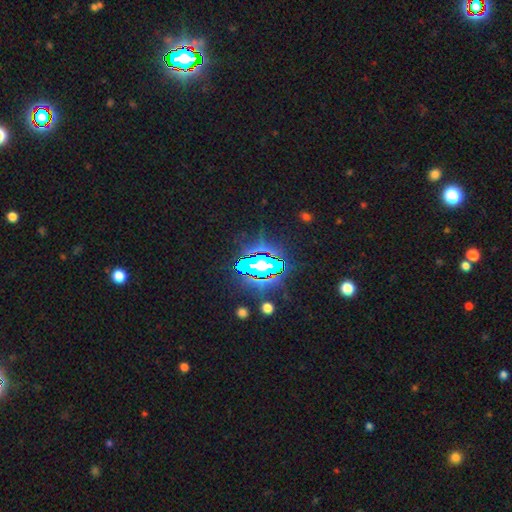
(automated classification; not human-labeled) This appears to be a star or artifact, not a galaxy (83%).